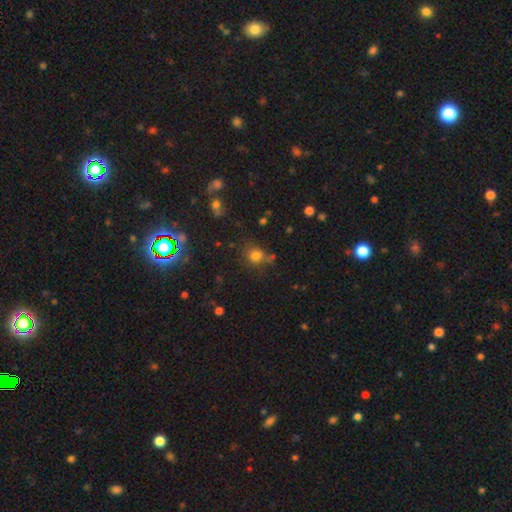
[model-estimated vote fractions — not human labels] smooth_or_featured: smooth (p=0.75) [alt: star or artifact p=0.17]
how_rounded: round (p=0.76) [alt: in between p=0.22]
merging: none (p=0.66) [alt: minor disturbance p=0.17]